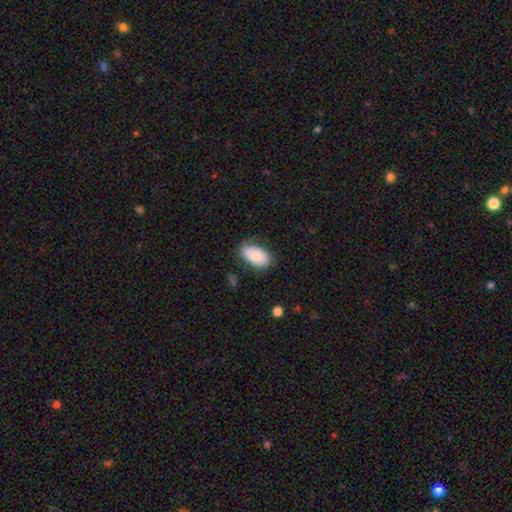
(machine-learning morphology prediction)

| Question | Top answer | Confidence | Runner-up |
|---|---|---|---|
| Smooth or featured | smooth | 75% | featured or disk (18%) |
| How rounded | in between | 94% | round (5%) |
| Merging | none | 71% | minor disturbance (22%) |